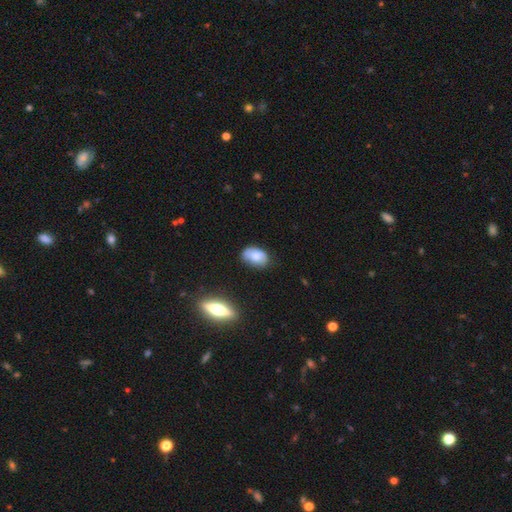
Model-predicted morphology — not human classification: The model was most divided on "merging": none: 66%, minor disturbance: 26%, major disturbance: 6%, merger: 2%. More confident: how rounded — in between (86%); smooth or featured — smooth (71%).